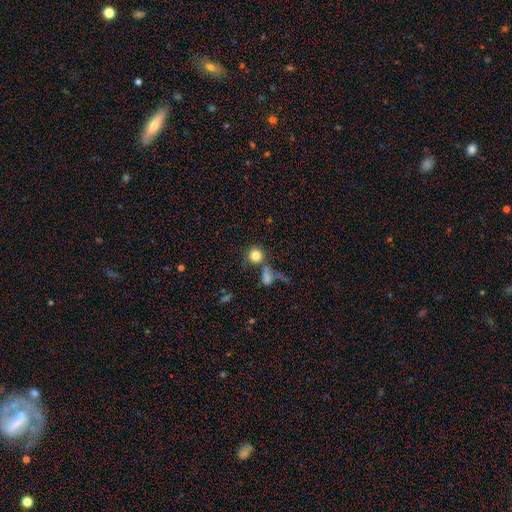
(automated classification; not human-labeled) smooth 81%, star or artifact 10%, featured or disk 8%. Down the decision tree: how rounded — round (90%); merging — none (58%).